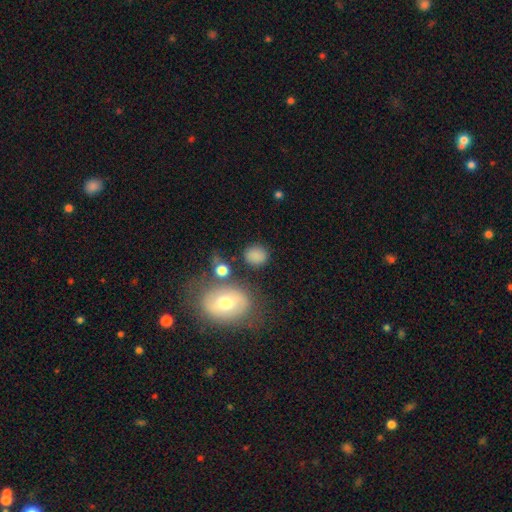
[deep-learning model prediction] Smooth or featured?
  - smooth: 83% *
  - star or artifact: 10%
  - featured or disk: 7%
How rounded?
  - round: 66% *
  - in between: 32%
  - cigar-shaped: 1%
Merging?
  - none: 77% *
  - minor disturbance: 12%
  - merger: 6%
  - major disturbance: 5%